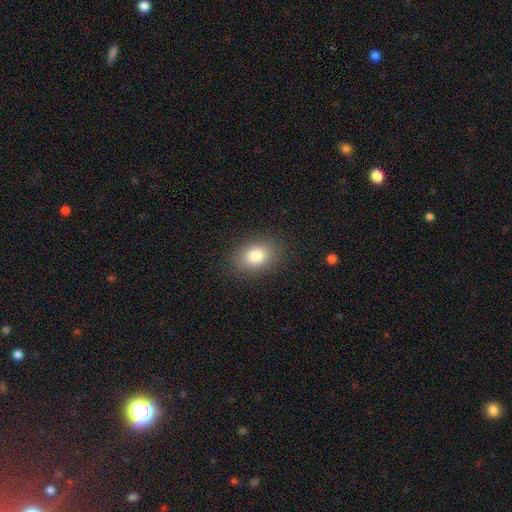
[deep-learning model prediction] This appears to be a smooth galaxy with no disk features (83%) that is in between round and cigar-shaped (75%). Merging: none (86%).